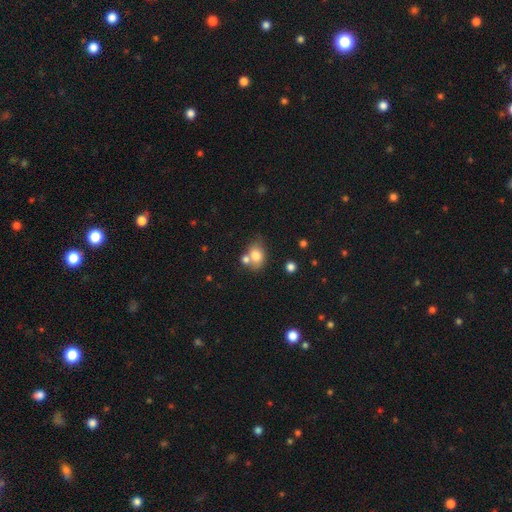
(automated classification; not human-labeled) smooth 78%, featured or disk 12%, star or artifact 10%. Down the decision tree: how rounded — in between (56%); merging — none (51%).